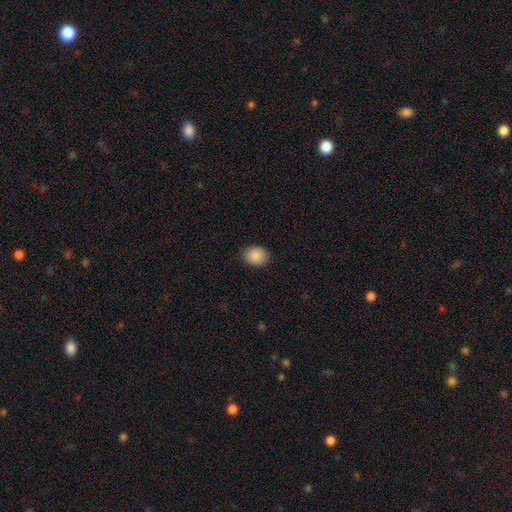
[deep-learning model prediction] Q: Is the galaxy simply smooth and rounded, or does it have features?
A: smooth — 88%.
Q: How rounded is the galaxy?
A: round — 57%.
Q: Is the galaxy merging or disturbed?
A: none — 87%.